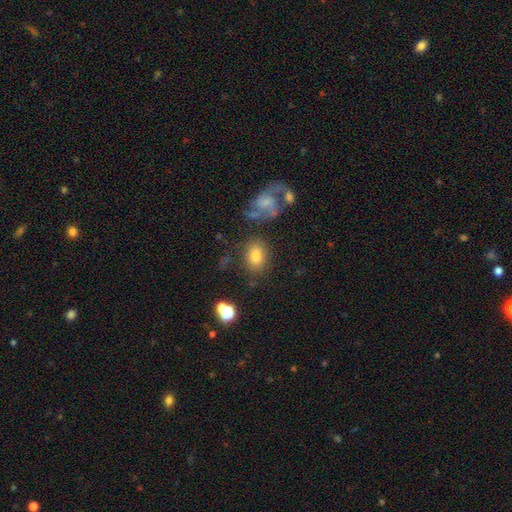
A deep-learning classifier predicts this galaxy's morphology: Smooth or featured: smooth — 77% (featured or disk — 13%)
How rounded: in between — 67% (round — 31%)
Merging: none — 73% (minor disturbance — 14%)